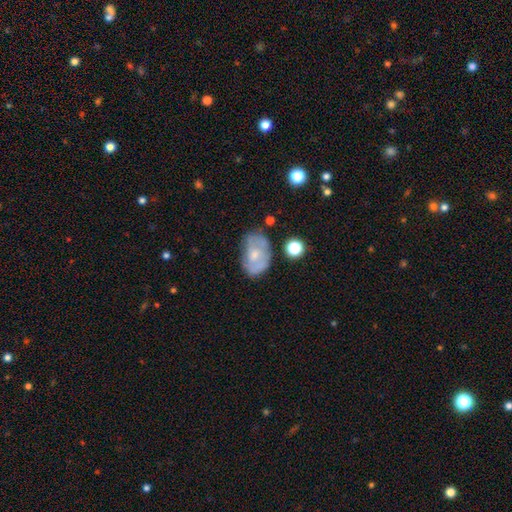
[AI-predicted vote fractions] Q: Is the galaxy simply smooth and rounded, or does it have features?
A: featured or disk — 47%.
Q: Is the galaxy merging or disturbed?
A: none — 56%.